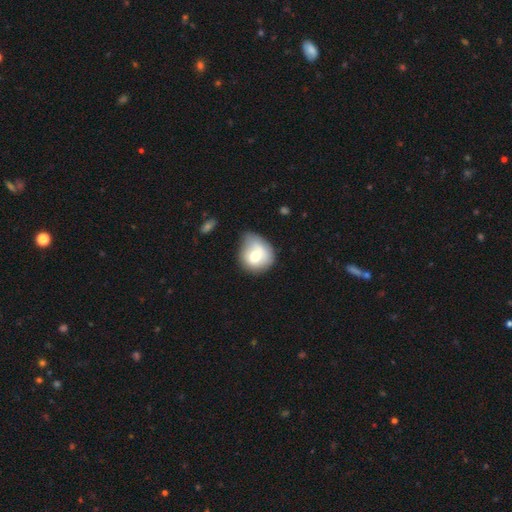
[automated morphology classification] type=smooth (71%); roundness=round (74%); merging=none (40%).